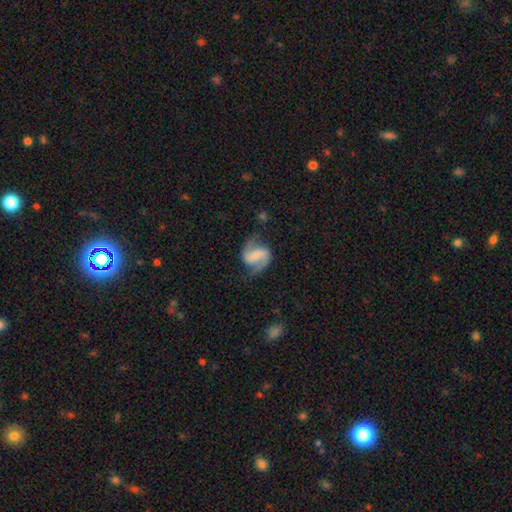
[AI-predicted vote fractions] Smooth or featured?
  - featured or disk: 77% *
  - smooth: 16%
  - star or artifact: 7%
Edge-on disk?
  - no: 98% *
  - yes: 2%
Bar?
  - weak: 40% *
  - strong: 34%
  - no: 26%
Spiral arms?
  - yes: 95% *
  - no: 5%
Spiral winding?
  - medium: 45% *
  - loose: 40%
  - tight: 15%
Spiral arm count?
  - 2: 91% *
  - 1: 3%
  - can't tell: 3%
  - 3: 1%
  - 4: 1%
  - more than 4: 1%
Bulge size?
  - none: 46% *
  - small: 23%
  - moderate: 18%
  - large: 10%
  - dominant: 3%
Merging?
  - none: 69% *
  - minor disturbance: 19%
  - major disturbance: 10%
  - merger: 2%